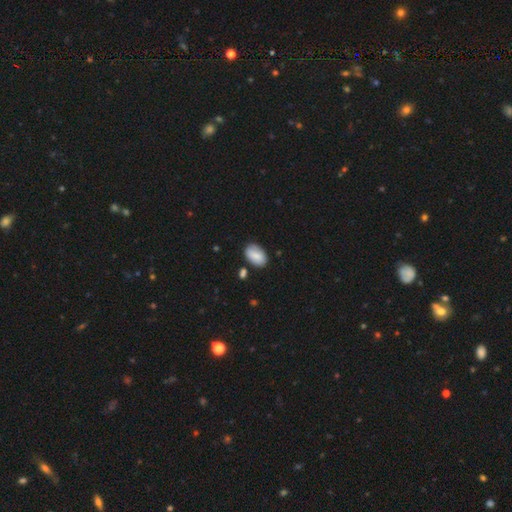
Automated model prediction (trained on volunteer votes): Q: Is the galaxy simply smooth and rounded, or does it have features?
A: smooth — 82%.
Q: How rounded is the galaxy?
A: in between — 92%.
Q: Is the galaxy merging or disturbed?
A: none — 78%.